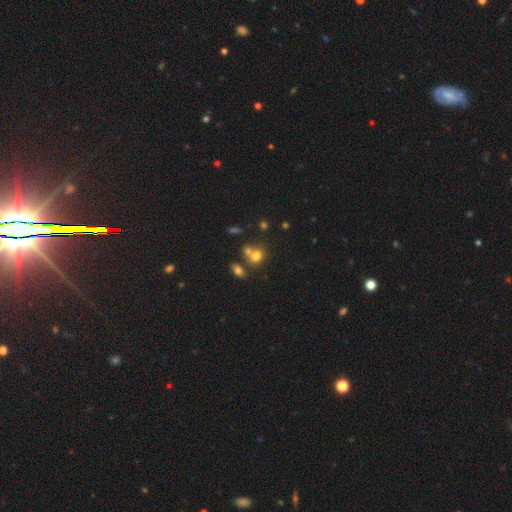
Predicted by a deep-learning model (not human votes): Smooth or featured: smooth — 74% (star or artifact — 14%)
How rounded: round — 65% (in between — 34%)
Merging: none — 45% (merger — 39%)